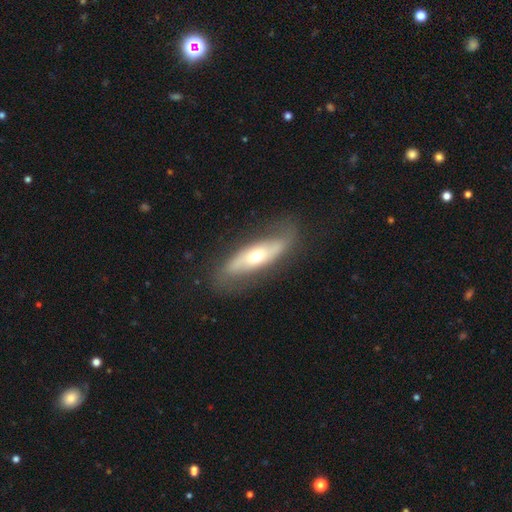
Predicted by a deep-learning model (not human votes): This appears to be a featured or disk galaxy (71%) with no bar (57%), spiral arms (74%) and a moderate central bulge (64%). Merging: none (80%).